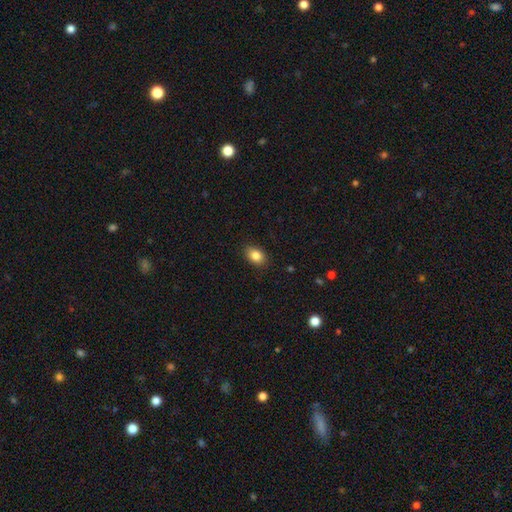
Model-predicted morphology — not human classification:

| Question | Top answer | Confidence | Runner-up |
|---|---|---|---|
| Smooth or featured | smooth | 85% | star or artifact (9%) |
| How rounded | in between | 80% | round (19%) |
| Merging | none | 88% | minor disturbance (9%) |